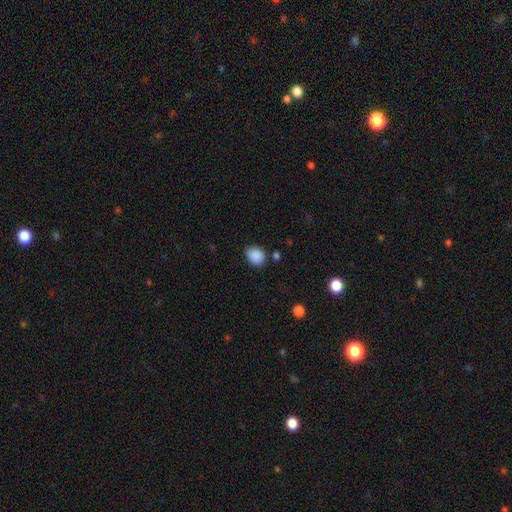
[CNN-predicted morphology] smooth-or-featured: smooth: 88% | star or artifact: 9% | featured or disk: 3%
  how-rounded: round: 52% | in between: 47% | cigar-shaped: 1%
  merging: none: 78% | minor disturbance: 15% | merger: 4% | major disturbance: 3%